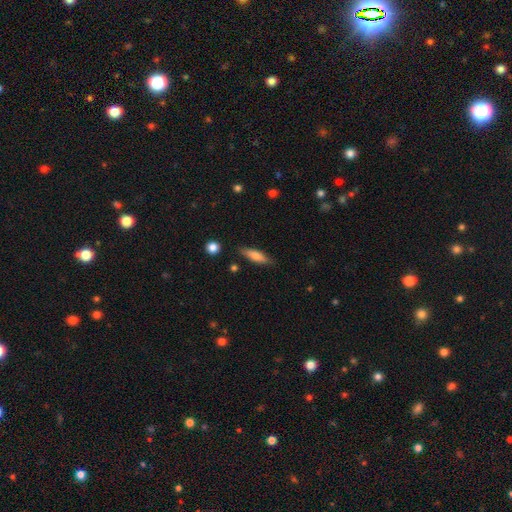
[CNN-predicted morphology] This appears to be a smooth galaxy with no disk features (71%) that is cigar-shaped (62%). Merging: none (85%).